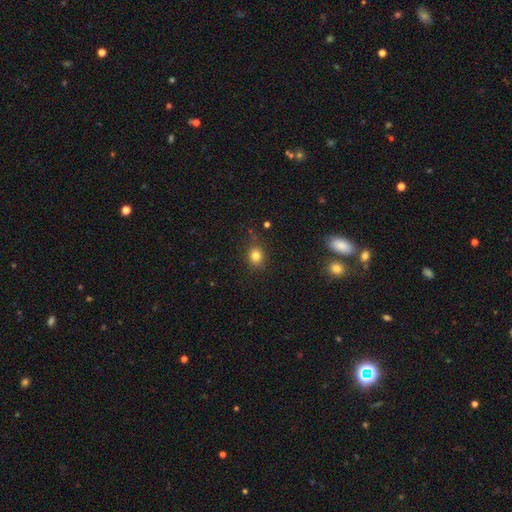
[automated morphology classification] Overall: smooth (81%). How rounded: round (80%). Merging: none (85%).